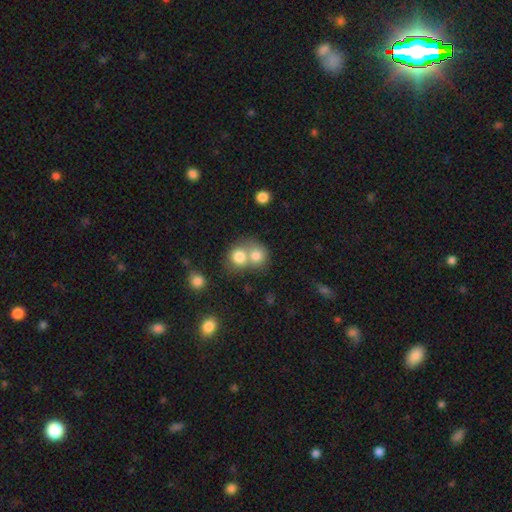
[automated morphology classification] This appears to be a smooth galaxy with no disk features (78%) that is round (79%). Merging: merger (60%).